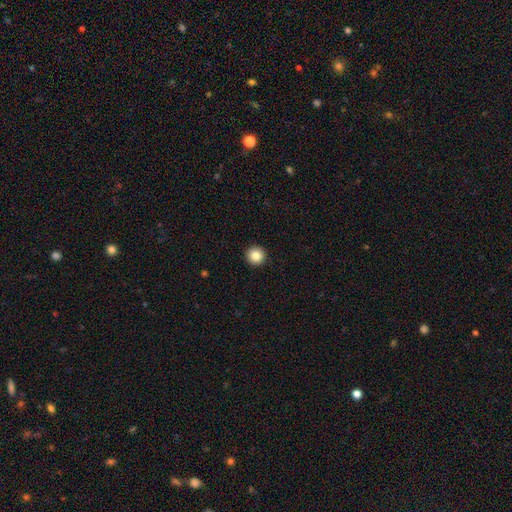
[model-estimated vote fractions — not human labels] This appears to be a smooth galaxy with no disk features (84%) that is round (96%). Merging: none (94%).